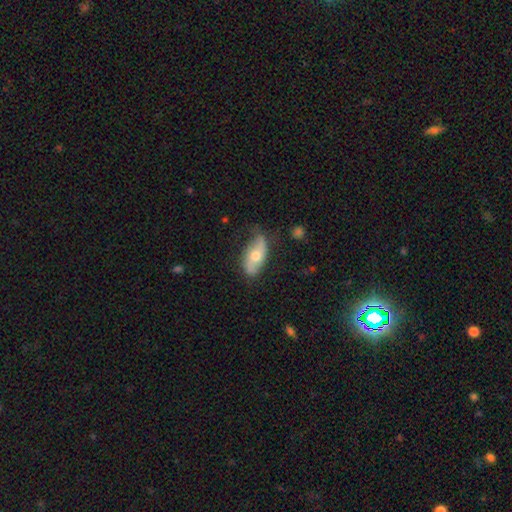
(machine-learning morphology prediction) smooth-or-featured: featured or disk: 51% | smooth: 43% | star or artifact: 6%
  disk-edge-on: no: 80% | yes: 20%
  merging: none: 68% | minor disturbance: 24% | major disturbance: 6% | merger: 2%